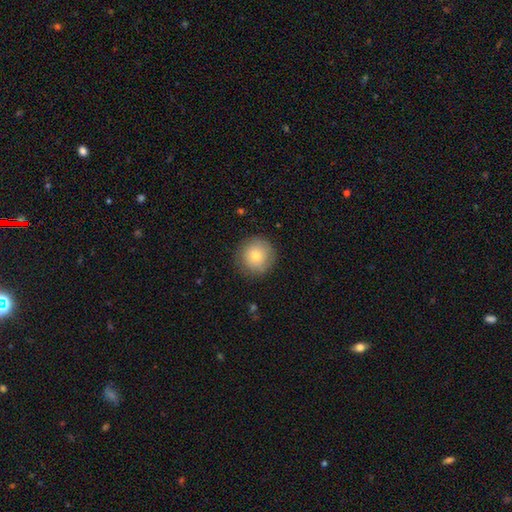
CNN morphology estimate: A smooth galaxy with no disk features (76%) that is round (95%). Merging: none (86%).